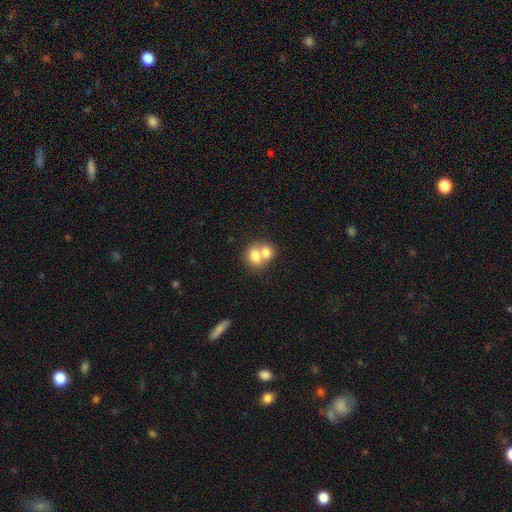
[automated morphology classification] The model was most divided on "how rounded": round: 59%, in between: 40%, cigar-shaped: 1%. More confident: smooth or featured — smooth (74%); merging — merger (67%).